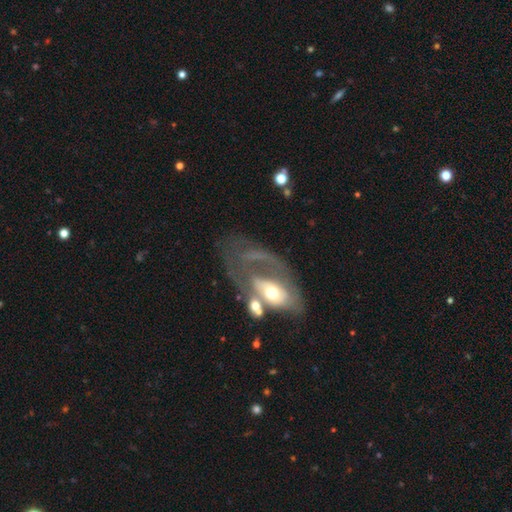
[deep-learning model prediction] The model was most divided on "spiral arms" (2-way tie): no: 50%, yes: 50%. Remaining: edge-on disk — no (91%); smooth or featured — featured or disk (69%); bar — no (67%); bulge size — moderate (57%); merging — major disturbance (36%).